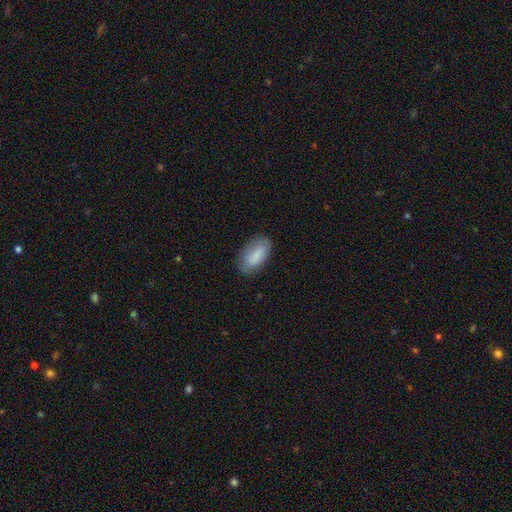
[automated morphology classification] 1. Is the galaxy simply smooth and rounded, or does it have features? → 85% smooth, 9% featured or disk, 6% star or artifact.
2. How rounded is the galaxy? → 92% in between, 5% cigar-shaped, 3% round.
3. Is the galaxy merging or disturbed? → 80% none, 15% minor disturbance, 4% major disturbance, 1% merger.